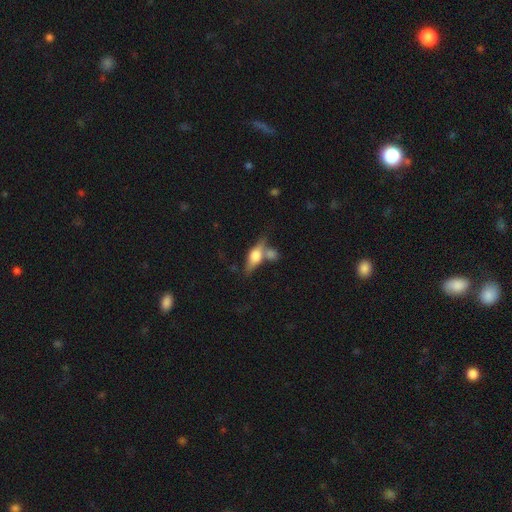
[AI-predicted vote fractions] This appears to be a featured or disk galaxy (52%) viewed edge-on (86%). Merging: none (49%).